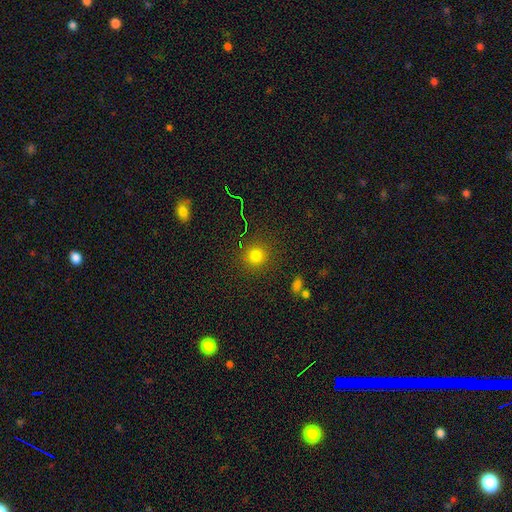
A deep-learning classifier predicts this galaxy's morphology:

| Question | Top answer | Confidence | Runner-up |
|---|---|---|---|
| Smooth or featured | smooth | 76% | star or artifact (17%) |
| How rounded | round | 92% | in between (7%) |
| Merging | none | 88% | minor disturbance (7%) |